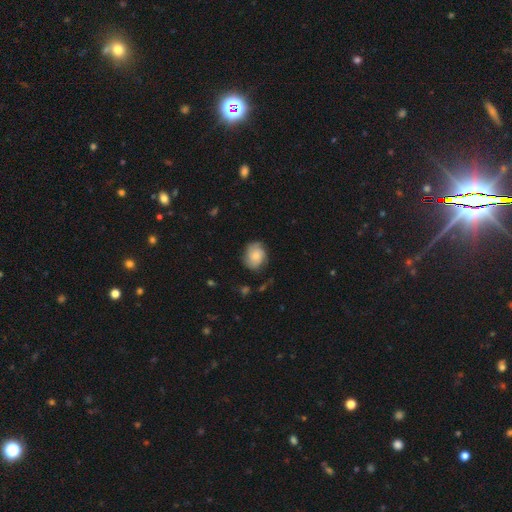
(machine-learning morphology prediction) smooth 56%, featured or disk 36%, star or artifact 8%. Down the decision tree: how rounded — round (51%); merging — none (72%).